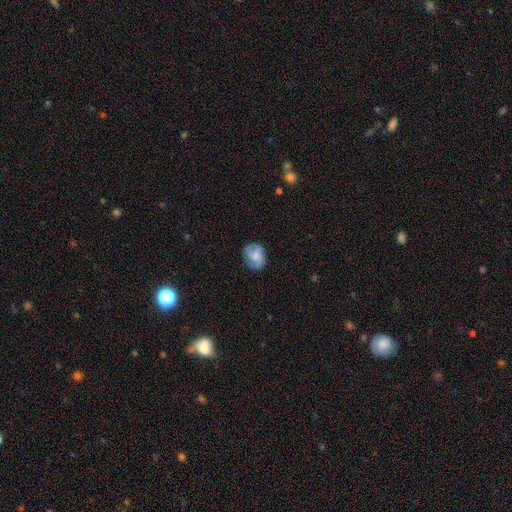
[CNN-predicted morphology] Smooth or featured? smooth (55%)
How rounded? in between (56%)
Merging? none (66%)